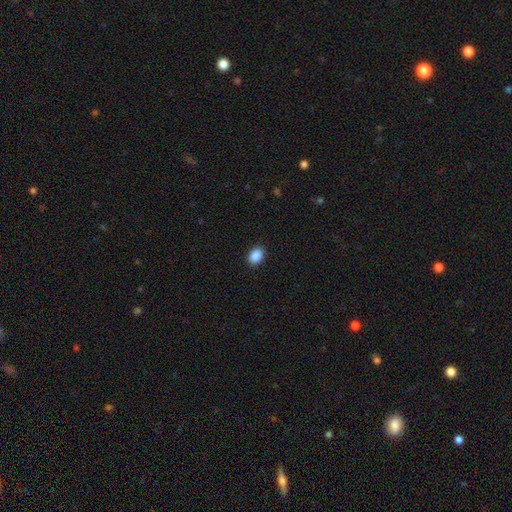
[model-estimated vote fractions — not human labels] A smooth galaxy with no disk features (89%) that is in between round and cigar-shaped (68%). Merging: none (90%).